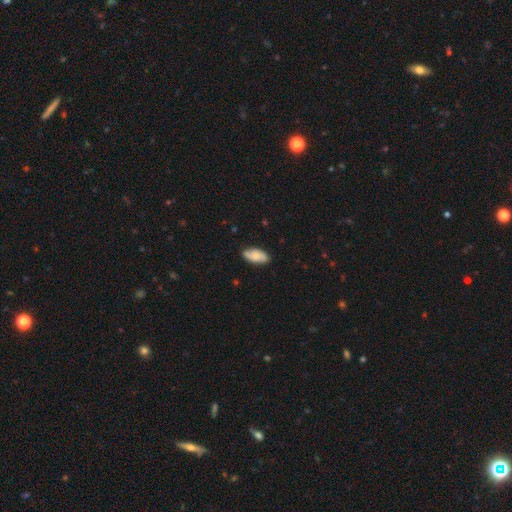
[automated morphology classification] smooth-or-featured: smooth: 66% | featured or disk: 27% | star or artifact: 7%
  how-rounded: in between: 90% | cigar-shaped: 8% | round: 2%
  merging: none: 82% | minor disturbance: 15% | major disturbance: 3% | merger: 1%